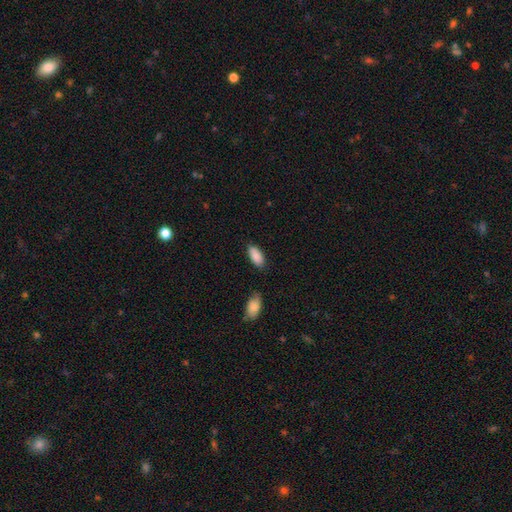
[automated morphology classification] Smooth or featured? smooth (89%)
How rounded? in between (89%)
Merging? none (79%)